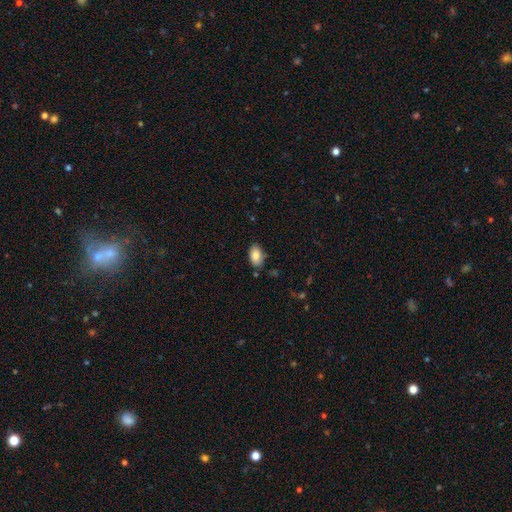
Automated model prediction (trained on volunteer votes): smooth_or_featured: smooth (p=0.85) [alt: star or artifact p=0.07]
how_rounded: in between (p=0.92) [alt: round p=0.06]
merging: none (p=0.79) [alt: minor disturbance p=0.15]